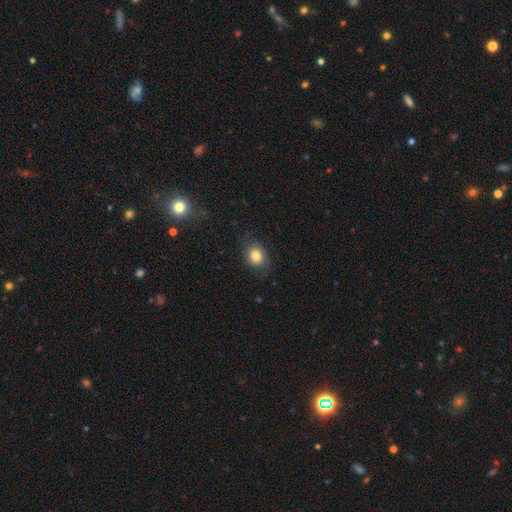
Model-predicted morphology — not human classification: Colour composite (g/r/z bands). It shows a smooth galaxy with no disk features (77%) that is in between round and cigar-shaped (52%). Merging: none (72%).